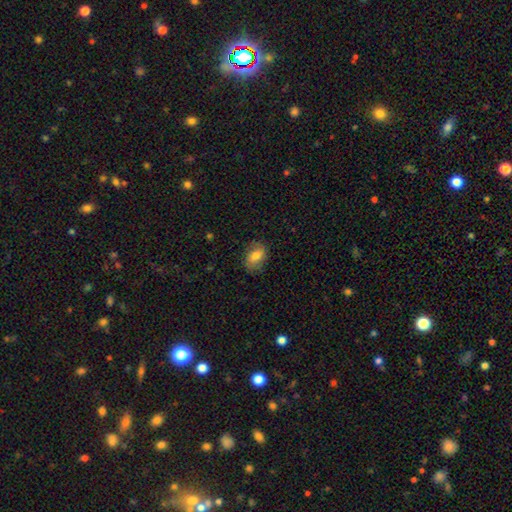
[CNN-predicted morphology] Smooth or featured? Predicted: smooth (p=0.77). How rounded? Predicted: in between (p=0.84). Merging? Predicted: none (p=0.76).